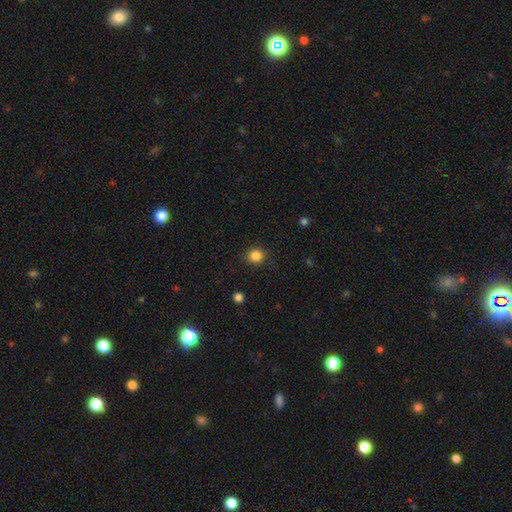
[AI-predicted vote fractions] A smooth galaxy with no disk features (85%) that is round (86%).

Vote fractions:
- Smooth or featured? smooth: 85% / star or artifact: 11% / featured or disk: 3%
- How rounded? round: 86% / in between: 13% / cigar-shaped: 1%
- Merging? none: 89% / minor disturbance: 7% / major disturbance: 2% / merger: 1%